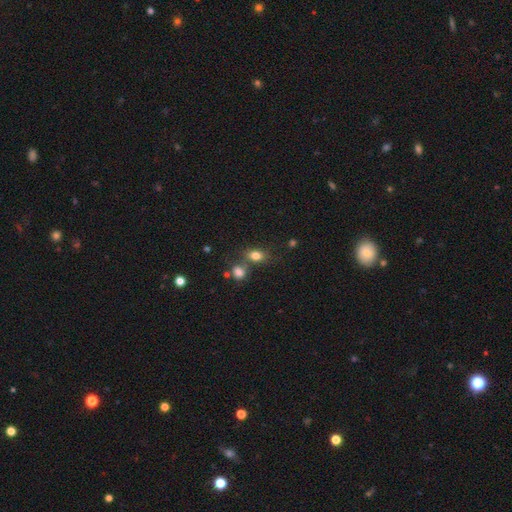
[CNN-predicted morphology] Overall: smooth (80%). How rounded: in between (70%). Merging: none (57%; merger 24%).